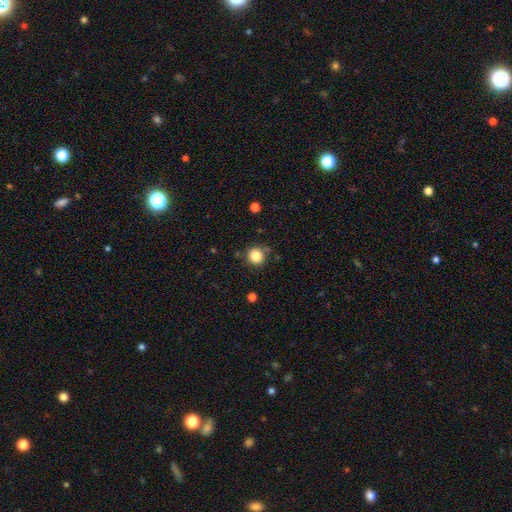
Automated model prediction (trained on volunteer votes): Overall: smooth (84%). How rounded: round (90%). Merging: none (83%).